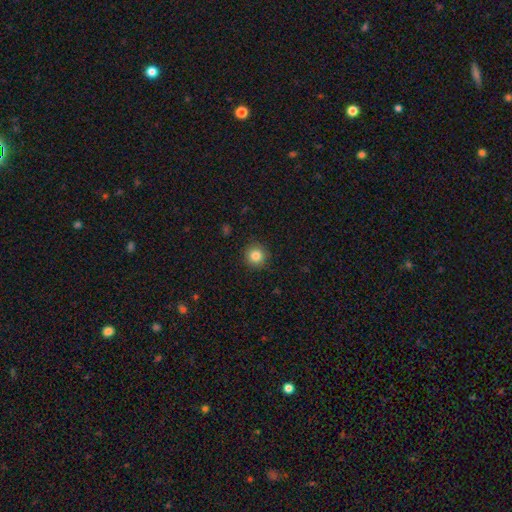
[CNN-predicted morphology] Overall: smooth (84%). How rounded: round (94%). Merging: none (91%).